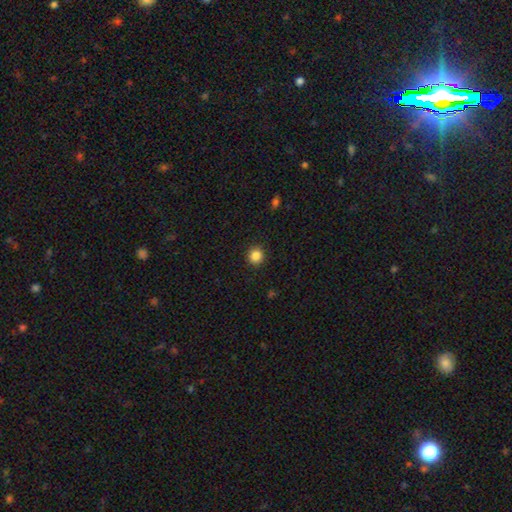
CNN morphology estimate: Smooth or featured?
  - smooth: 86% *
  - star or artifact: 10%
  - featured or disk: 4%
How rounded?
  - round: 90% *
  - in between: 9%
  - cigar-shaped: 1%
Merging?
  - none: 92% *
  - minor disturbance: 5%
  - major disturbance: 2%
  - merger: 1%